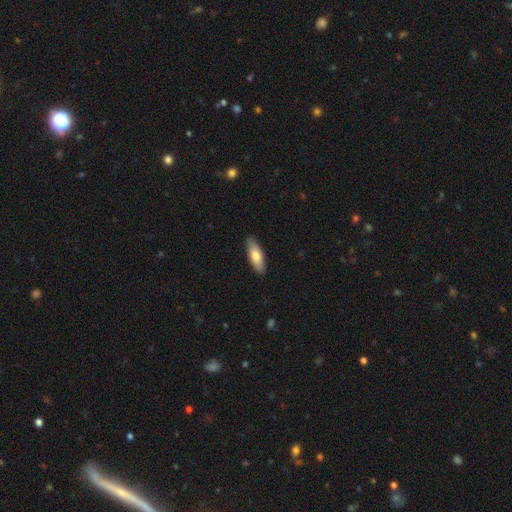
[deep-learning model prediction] Smooth or featured?
  - smooth: 74% *
  - featured or disk: 21%
  - star or artifact: 5%
How rounded?
  - in between: 66% *
  - cigar-shaped: 32%
  - round: 2%
Merging?
  - none: 89% *
  - minor disturbance: 9%
  - major disturbance: 2%
  - merger: 1%